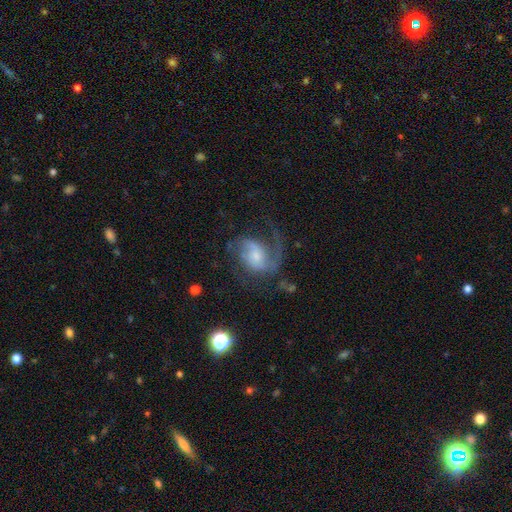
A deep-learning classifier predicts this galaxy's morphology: Smooth or featured?
  - featured or disk: 80% *
  - smooth: 13%
  - star or artifact: 7%
Edge-on disk?
  - no: 98% *
  - yes: 2%
Bar?
  - no: 53% *
  - weak: 38%
  - strong: 8%
Spiral arms?
  - yes: 93% *
  - no: 7%
Spiral winding?
  - medium: 46% *
  - loose: 39%
  - tight: 15%
Spiral arm count?
  - 2: 50% *
  - 1: 33%
  - can't tell: 8%
  - 3: 5%
  - 4: 2%
  - more than 4: 2%
Bulge size?
  - small: 50% *
  - moderate: 31%
  - none: 8%
  - large: 8%
  - dominant: 2%
Merging?
  - none: 47% *
  - major disturbance: 33%
  - minor disturbance: 18%
  - merger: 3%